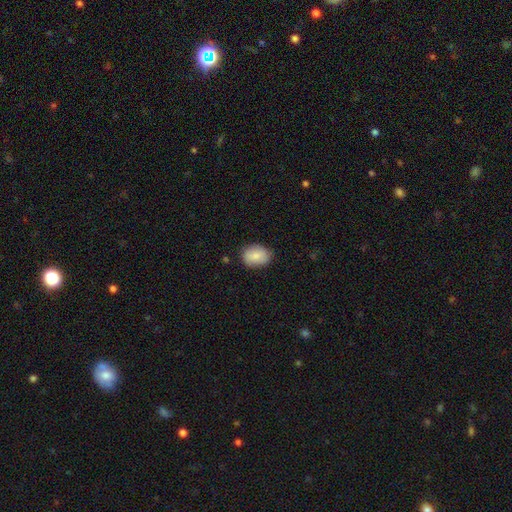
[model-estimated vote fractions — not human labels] Smooth or featured? Predicted: smooth (p=0.82). How rounded? Predicted: in between (p=0.67). Merging? Predicted: none (p=0.81).